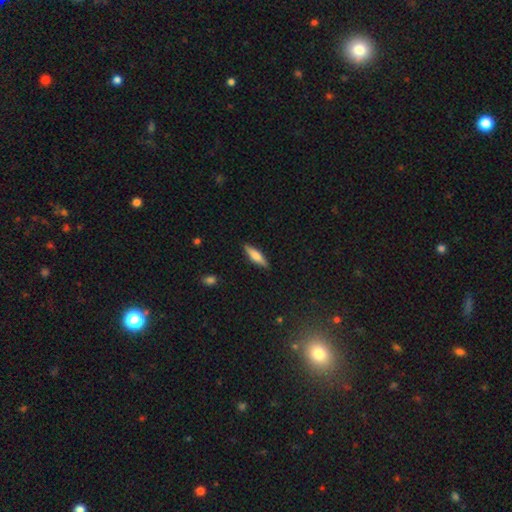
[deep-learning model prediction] Smooth or featured? Predicted: smooth (p=0.61). How rounded? Predicted: cigar-shaped (p=0.71). Merging? Predicted: none (p=0.88).